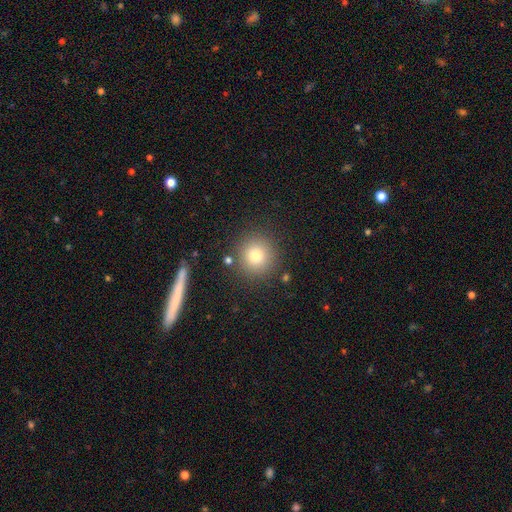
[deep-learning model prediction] Morphology: type=smooth (77%); roundness=round (94%); merging=none (87%).